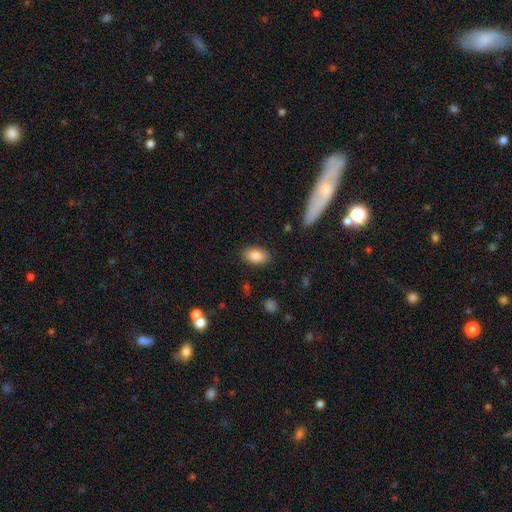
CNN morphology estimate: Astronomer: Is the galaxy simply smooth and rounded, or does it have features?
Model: smooth — 86%.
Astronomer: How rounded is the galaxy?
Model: in between — 92%.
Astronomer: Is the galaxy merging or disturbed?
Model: none — 87%.